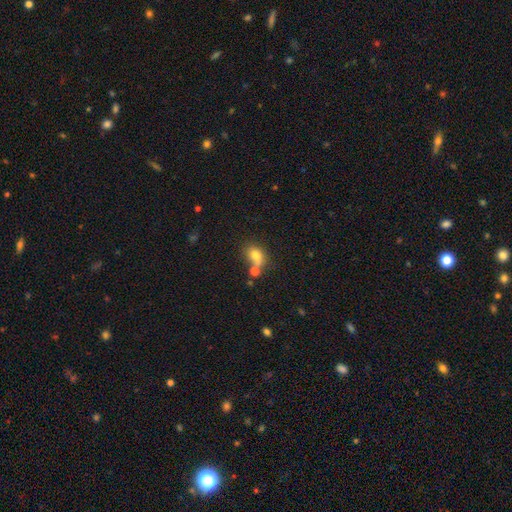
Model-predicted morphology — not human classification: This appears to be a smooth galaxy with no disk features (76%) that is in between round and cigar-shaped (59%). Merging: none (45%).